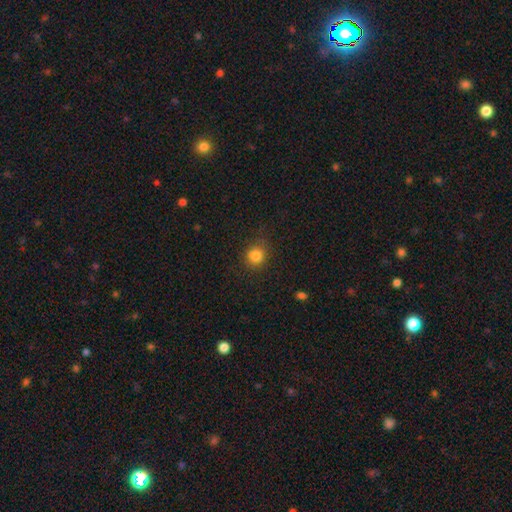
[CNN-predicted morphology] type=smooth (83%); roundness=round (86%); merging=none (84%).